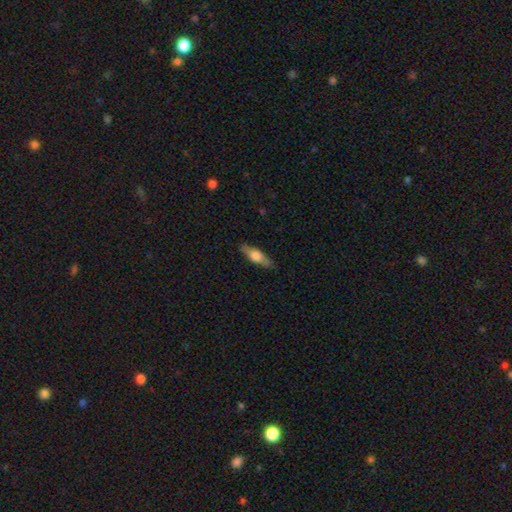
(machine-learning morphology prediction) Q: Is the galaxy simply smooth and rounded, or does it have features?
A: smooth — 53%.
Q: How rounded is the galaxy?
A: in between — 48%, tied with cigar-shaped.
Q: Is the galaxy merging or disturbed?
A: none — 85%.